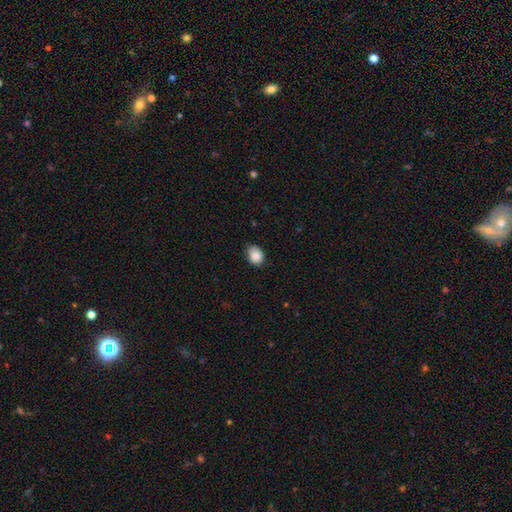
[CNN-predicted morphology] A smooth galaxy with no disk features (87%) that is in between round and cigar-shaped (59%).

Vote fractions:
- Smooth or featured? smooth: 87% / star or artifact: 8% / featured or disk: 5%
- How rounded? in between: 59% / round: 40% / cigar-shaped: 1%
- Merging? none: 72% / minor disturbance: 23% / major disturbance: 3% / merger: 1%